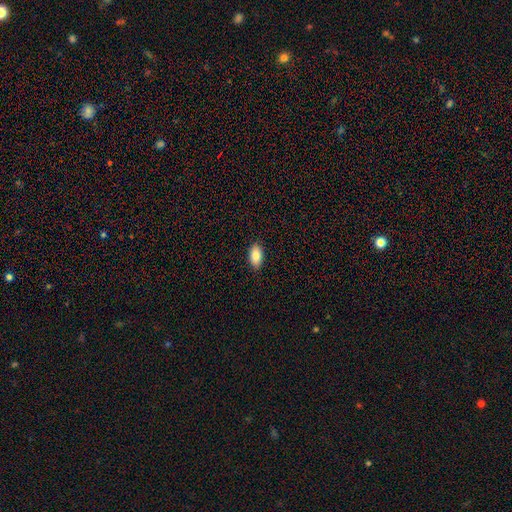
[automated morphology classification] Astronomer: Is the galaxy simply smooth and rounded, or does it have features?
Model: smooth — 83%.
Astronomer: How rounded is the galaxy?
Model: in between — 92%.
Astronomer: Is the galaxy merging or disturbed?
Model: none — 89%.